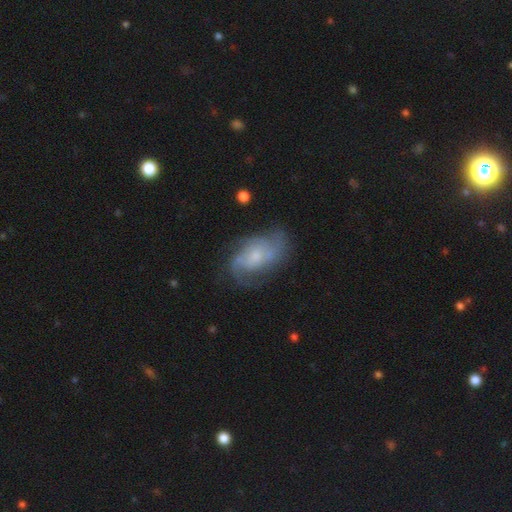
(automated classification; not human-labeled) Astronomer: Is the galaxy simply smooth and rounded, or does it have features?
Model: featured or disk — 70%.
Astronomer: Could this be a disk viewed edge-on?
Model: no — 96%.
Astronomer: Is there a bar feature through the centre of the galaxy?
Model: no — 65%.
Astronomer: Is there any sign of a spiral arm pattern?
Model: yes — 85%.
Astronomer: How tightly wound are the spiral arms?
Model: medium — 44% (runner-up: loose, 28%).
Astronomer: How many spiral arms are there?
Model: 2 — 46% (runner-up: can't tell, 29%).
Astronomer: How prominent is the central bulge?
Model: small — 52% (runner-up: moderate, 33%).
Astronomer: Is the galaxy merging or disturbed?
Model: none — 61%.